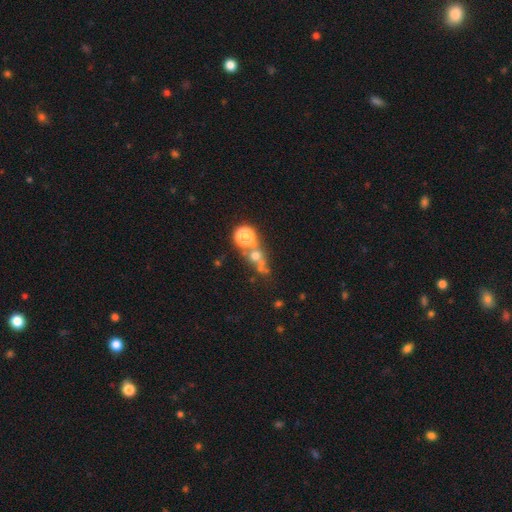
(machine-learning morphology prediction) Q: Smooth or featured?
A: smooth (44%); runner-up: star or artifact (32%)
Q: Merging?
A: none (48%); runner-up: merger (35%)